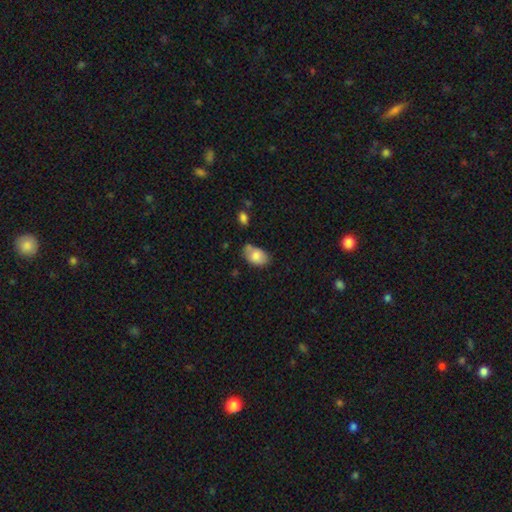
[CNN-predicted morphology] Overall: smooth (80%). How rounded: in between (87%). Merging: none (55%; minor disturbance 29%).